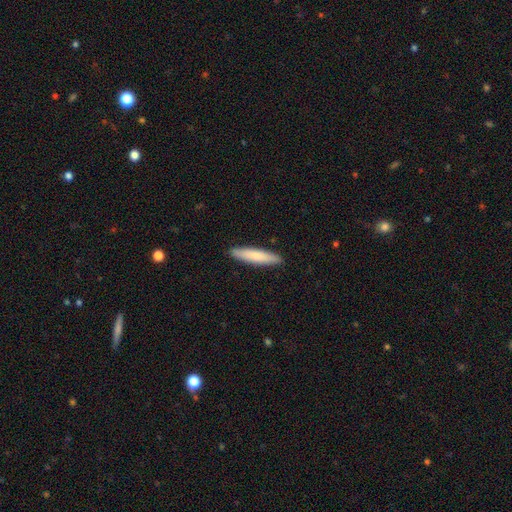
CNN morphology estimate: smooth_or_featured: smooth (p=0.79) [alt: featured or disk p=0.16]
how_rounded: cigar-shaped (p=0.89) [alt: in between p=0.10]
merging: none (p=0.91) [alt: minor disturbance p=0.07]